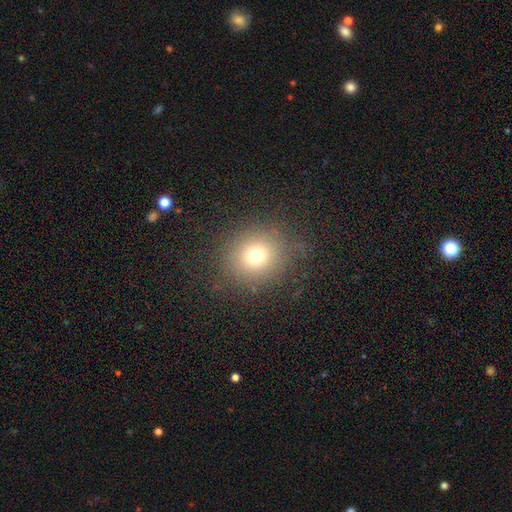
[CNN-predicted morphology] smooth-or-featured: smooth: 72% | star or artifact: 17% | featured or disk: 11%
  how-rounded: round: 83% | in between: 16% | cigar-shaped: 1%
  merging: none: 81% | minor disturbance: 12% | major disturbance: 7% | merger: 1%